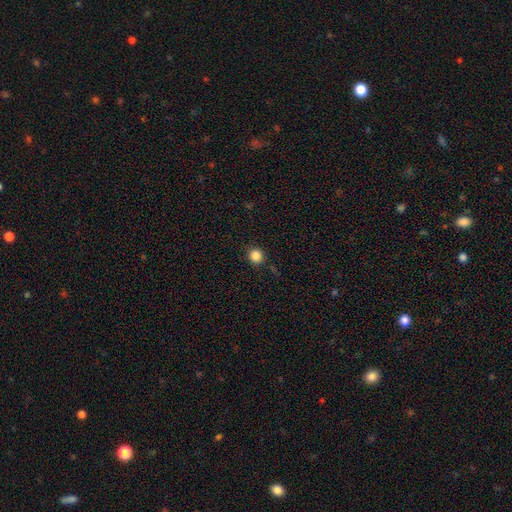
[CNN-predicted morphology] Smooth or featured? smooth (85%)
How rounded? round (92%)
Merging? none (90%)